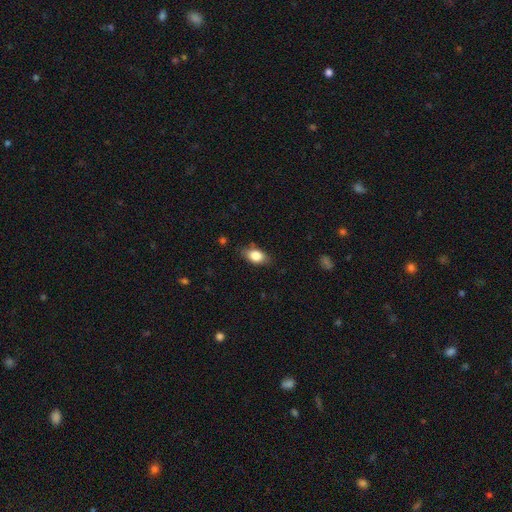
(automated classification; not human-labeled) Overall: smooth (81%). How rounded: in between (86%). Merging: none (78%).